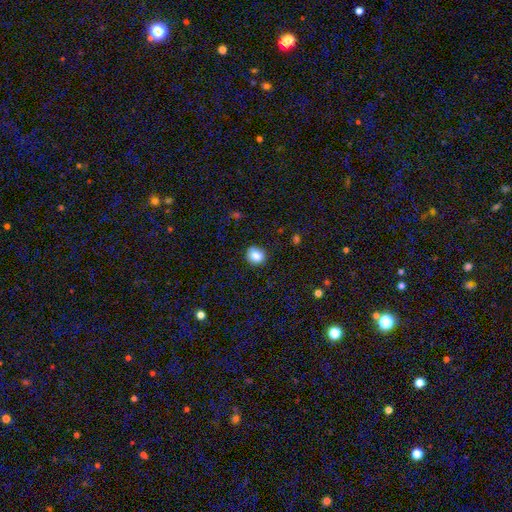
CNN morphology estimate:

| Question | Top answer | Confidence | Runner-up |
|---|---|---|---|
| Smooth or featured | smooth | 85% | star or artifact (10%) |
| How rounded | round | 83% | in between (16%) |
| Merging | none | 84% | minor disturbance (12%) |